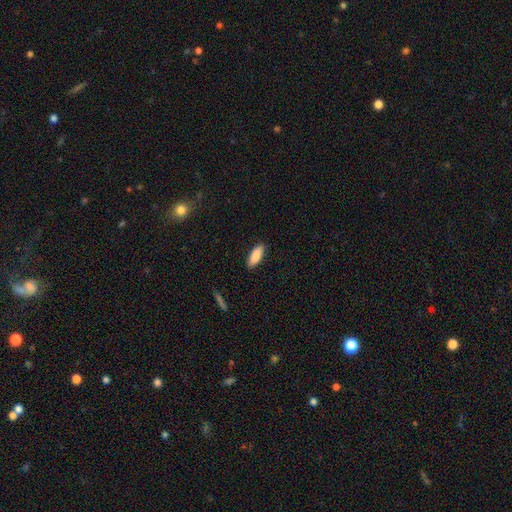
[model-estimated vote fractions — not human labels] smooth_or_featured: smooth (p=0.87) [alt: featured or disk p=0.07]
how_rounded: in between (p=0.71) [alt: cigar-shaped p=0.28]
merging: none (p=0.88) [alt: minor disturbance p=0.09]